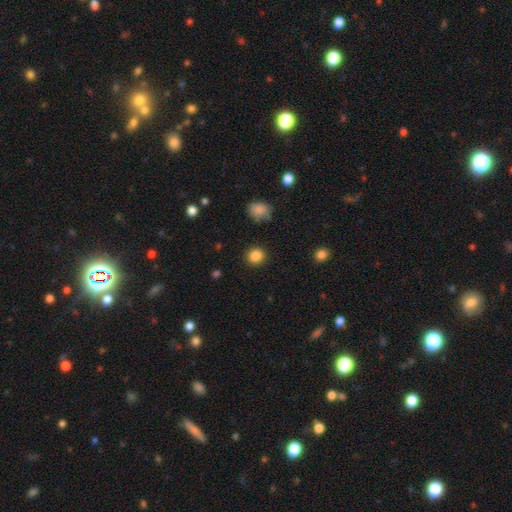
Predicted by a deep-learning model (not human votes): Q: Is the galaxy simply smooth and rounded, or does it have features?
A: smooth — 86%.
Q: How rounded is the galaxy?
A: round — 89%.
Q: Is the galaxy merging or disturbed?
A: none — 89%.